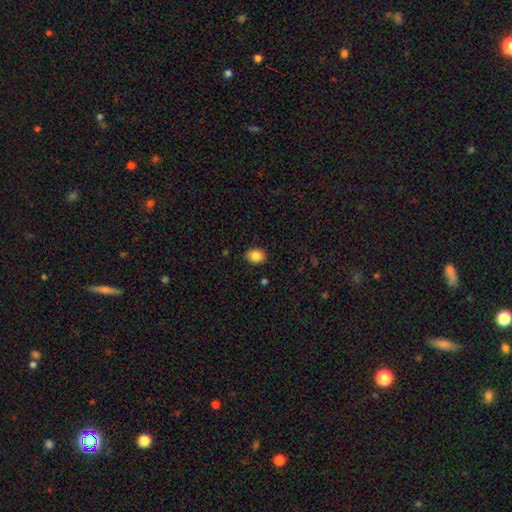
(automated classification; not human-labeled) Smooth or featured: smooth — 86% (star or artifact — 9%)
How rounded: round — 50% (in between — 49%)
Merging: none — 89% (minor disturbance — 8%)